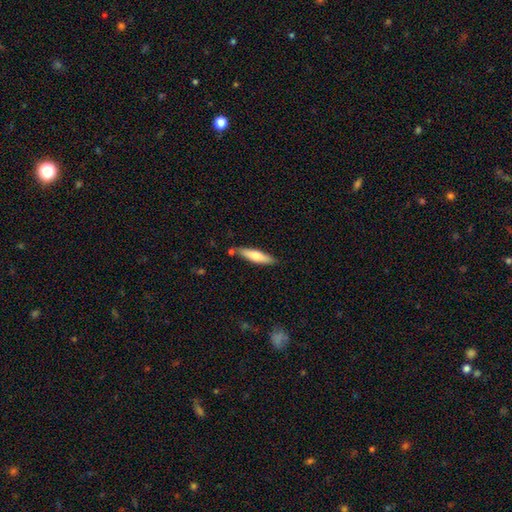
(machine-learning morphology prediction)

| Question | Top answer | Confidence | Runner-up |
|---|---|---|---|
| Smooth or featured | smooth | 60% | featured or disk (34%) |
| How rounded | cigar-shaped | 79% | in between (19%) |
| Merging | none | 81% | minor disturbance (12%) |